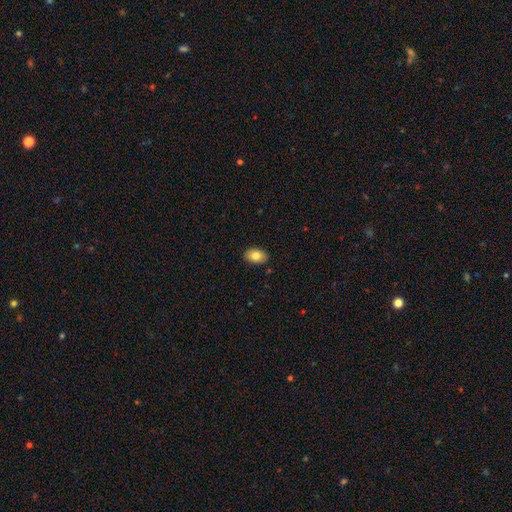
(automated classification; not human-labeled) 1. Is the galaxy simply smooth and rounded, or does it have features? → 82% smooth, 11% featured or disk, 7% star or artifact.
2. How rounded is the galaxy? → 90% in between, 9% round, 1% cigar-shaped.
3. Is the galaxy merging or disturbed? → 89% none, 8% minor disturbance, 2% major disturbance, 1% merger.